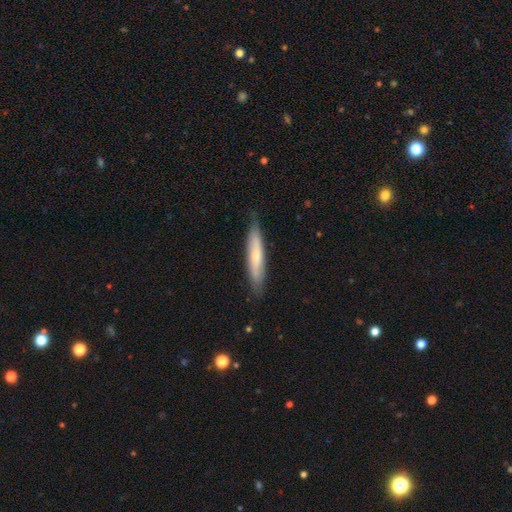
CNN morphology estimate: A smooth galaxy with no disk features (53%) that is cigar-shaped (86%).

Vote fractions:
- Smooth or featured? smooth: 53% / featured or disk: 41% / star or artifact: 6%
- How rounded? cigar-shaped: 86% / in between: 13% / round: 1%
- Merging? none: 82% / minor disturbance: 15% / major disturbance: 2% / merger: 1%